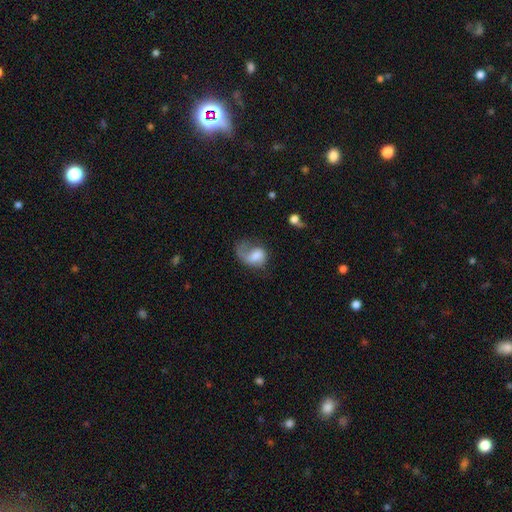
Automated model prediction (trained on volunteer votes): This appears to be a smooth galaxy with no disk features (47%). Merging: major disturbance (46%).